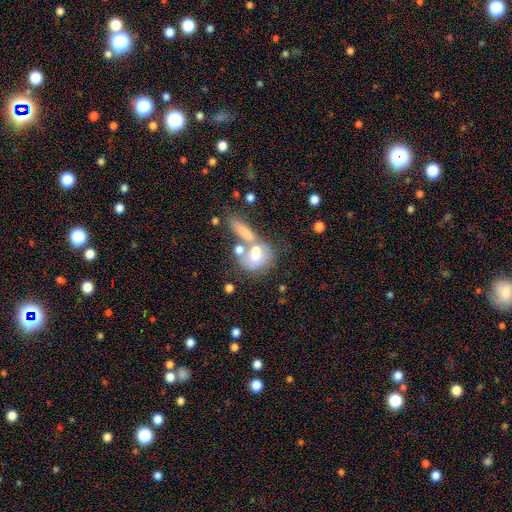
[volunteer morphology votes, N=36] smooth-or-featured: smooth: 56% | featured or disk: 39% | star or artifact: 6%
  how-rounded: in between: 50% | round: 40% | cigar-shaped: 10%
  merging: merger: 59% | none: 15% | minor disturbance: 15% | major disturbance: 12%